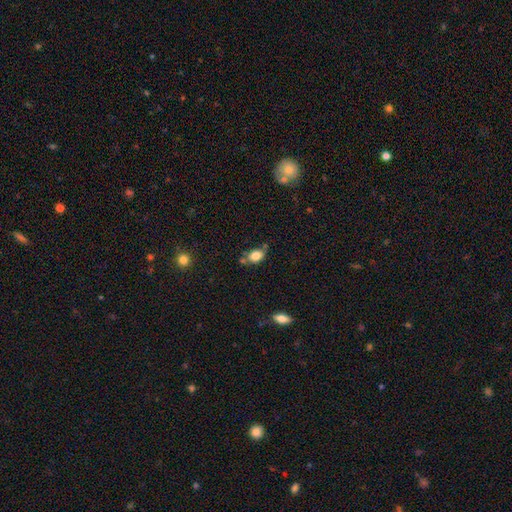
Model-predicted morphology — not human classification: Q: Smooth or featured?
A: smooth (79%); runner-up: featured or disk (11%)
Q: How rounded?
A: in between (77%); runner-up: round (21%)
Q: Merging?
A: none (56%); runner-up: minor disturbance (23%)